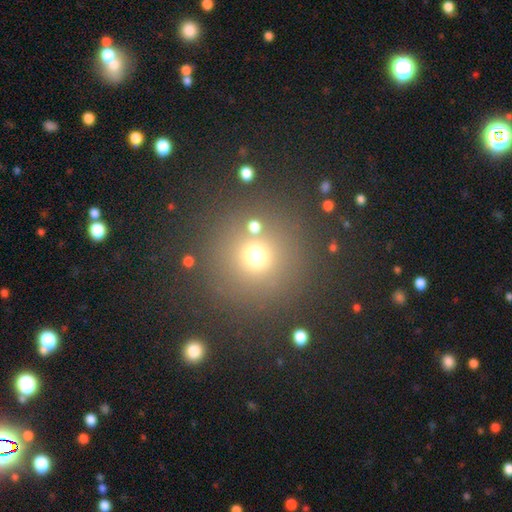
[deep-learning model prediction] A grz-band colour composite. It shows a smooth galaxy with no disk features (68%) that is round (94%). Merging: none (81%).